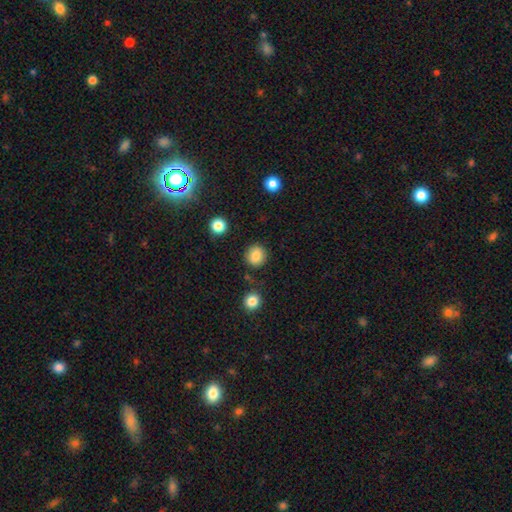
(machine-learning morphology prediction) type=smooth (85%); roundness=round (90%); merging=none (85%).